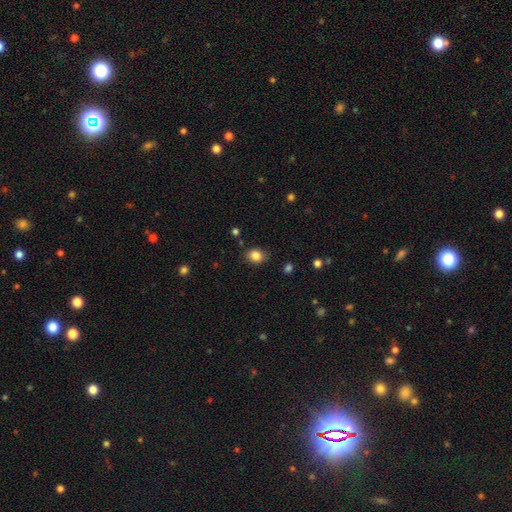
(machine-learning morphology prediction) A smooth galaxy with no disk features (84%) that is in between round and cigar-shaped (51%). Merging: none (83%).